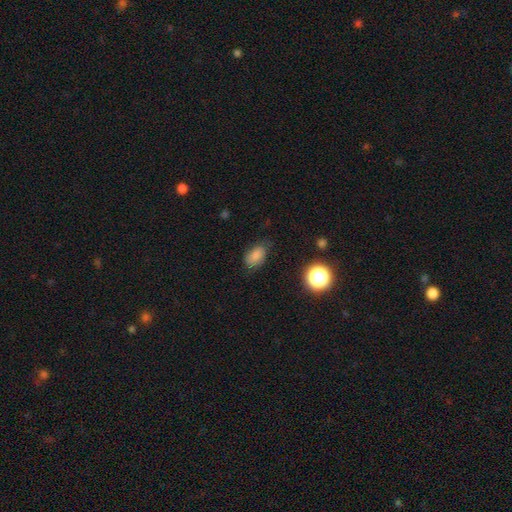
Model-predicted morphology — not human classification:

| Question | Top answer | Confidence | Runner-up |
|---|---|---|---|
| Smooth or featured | smooth | 81% | star or artifact (12%) |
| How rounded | in between | 87% | round (11%) |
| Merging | none | 68% | minor disturbance (24%) |